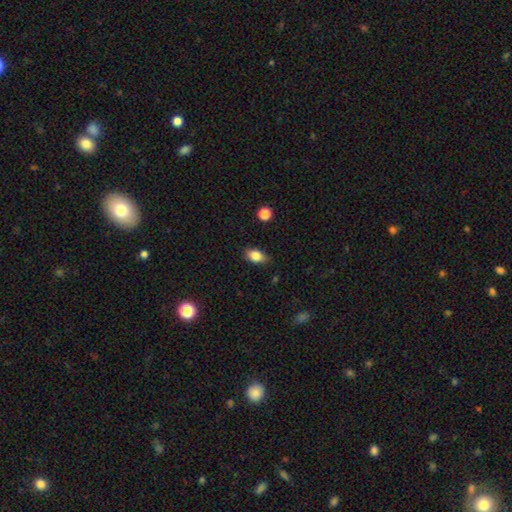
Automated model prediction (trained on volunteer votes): Morphology: type=smooth (84%); roundness=in between (85%); merging=none (80%).